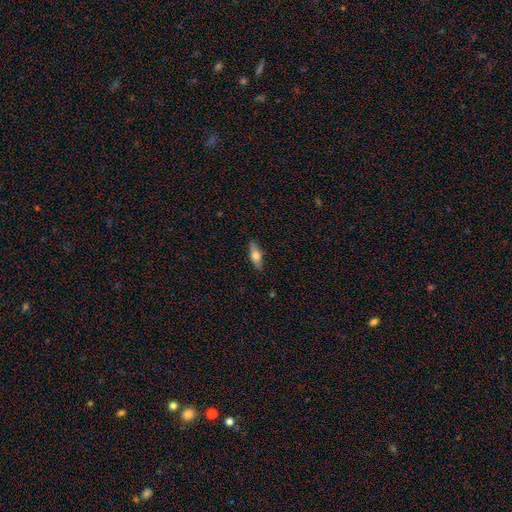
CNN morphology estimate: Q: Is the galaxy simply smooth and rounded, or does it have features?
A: smooth — 65%.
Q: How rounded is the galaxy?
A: in between — 64%.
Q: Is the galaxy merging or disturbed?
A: none — 86%.